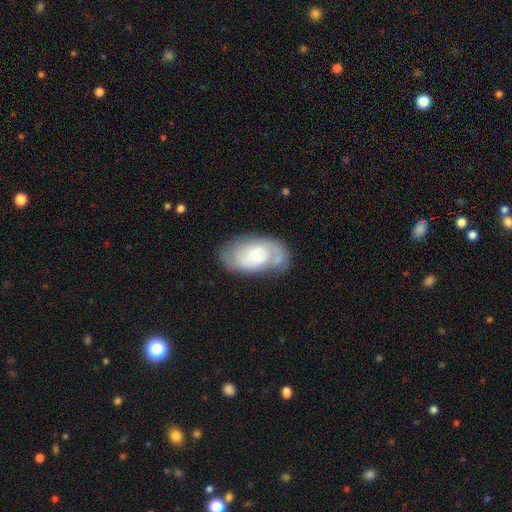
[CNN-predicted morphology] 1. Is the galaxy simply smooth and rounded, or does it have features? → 65% featured or disk, 29% smooth, 6% star or artifact.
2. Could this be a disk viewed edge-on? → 96% no, 4% yes.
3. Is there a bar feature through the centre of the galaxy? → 60% no, 34% weak, 6% strong.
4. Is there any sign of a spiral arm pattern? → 79% yes, 21% no.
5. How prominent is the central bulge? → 60% small, 30% moderate, 5% large, 4% none, 1% dominant.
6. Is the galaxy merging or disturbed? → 62% none, 23% minor disturbance, 12% major disturbance, 3% merger.